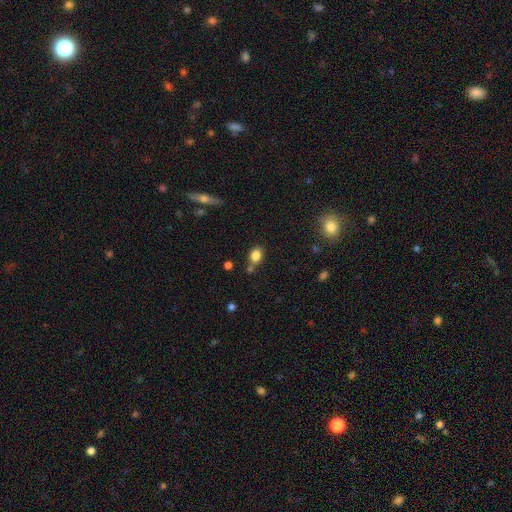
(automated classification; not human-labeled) Q: Smooth or featured?
A: smooth (82%); runner-up: star or artifact (11%)
Q: How rounded?
A: in between (53%); runner-up: round (45%)
Q: Merging?
A: none (66%); runner-up: merger (15%)